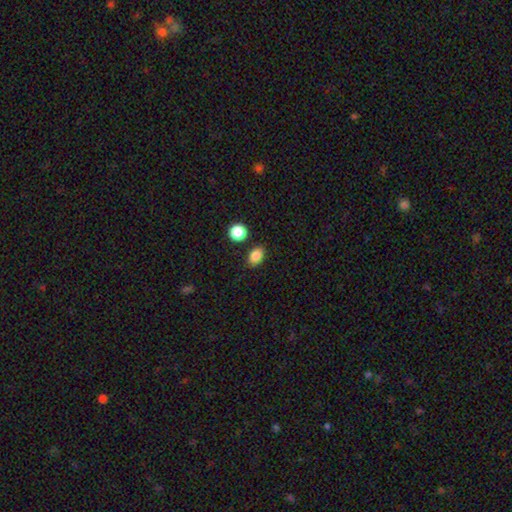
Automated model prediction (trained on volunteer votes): This appears to be a smooth galaxy with no disk features (86%) that is in between round and cigar-shaped (72%). Merging: none (81%).